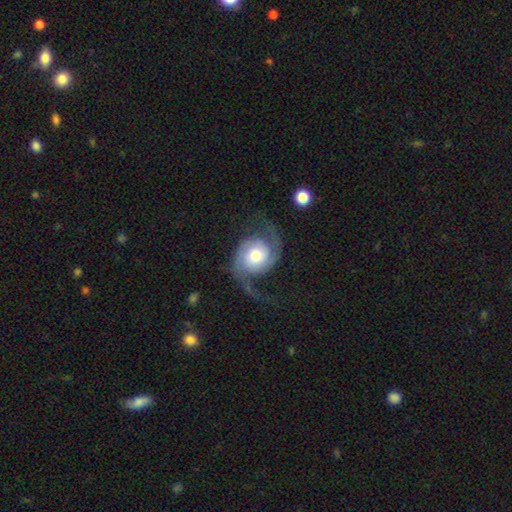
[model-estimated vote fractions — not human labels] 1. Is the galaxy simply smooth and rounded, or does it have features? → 86% featured or disk, 9% smooth, 5% star or artifact.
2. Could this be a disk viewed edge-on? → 98% no, 2% yes.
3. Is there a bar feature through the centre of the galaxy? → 71% no, 23% weak, 6% strong.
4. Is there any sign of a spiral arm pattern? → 97% yes, 3% no.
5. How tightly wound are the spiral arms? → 46% loose, 39% medium, 15% tight.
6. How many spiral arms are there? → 92% 2, 2% 1, 2% can't tell, 1% 3, 1% 4, 1% more than 4.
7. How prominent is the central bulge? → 55% moderate, 27% large, 11% small, 5% dominant, 2% none.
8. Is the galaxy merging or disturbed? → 64% none, 19% major disturbance, 15% minor disturbance, 2% merger.